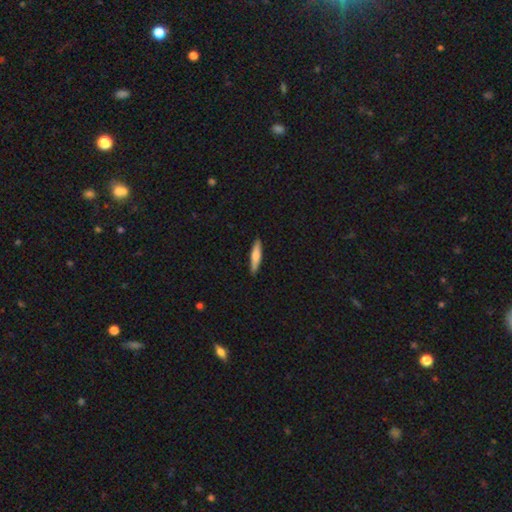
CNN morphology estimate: This appears to be a smooth galaxy with no disk features (67%) that is cigar-shaped (87%). Merging: none (90%).